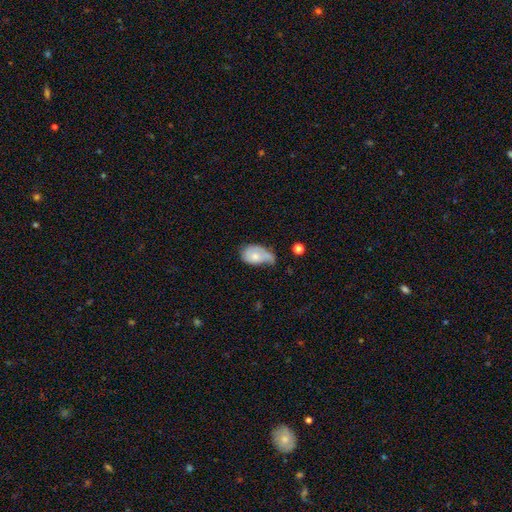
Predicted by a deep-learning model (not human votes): smooth 62%, featured or disk 31%, star or artifact 7%. Down the decision tree: how rounded — in between (86%); merging — minor disturbance (38%).